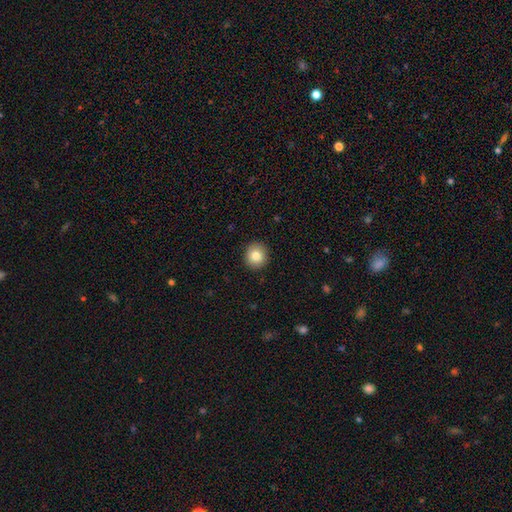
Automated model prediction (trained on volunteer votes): This is clearly a smooth galaxy (83%). How rounded: clearly round (92%). Merging: clearly none (92%).